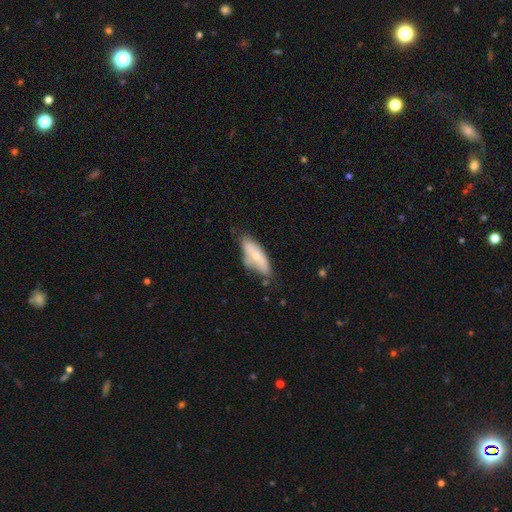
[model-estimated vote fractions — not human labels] smooth 62%, featured or disk 32%, star or artifact 6%. Down the decision tree: how rounded — in between (71%); merging — none (52%).